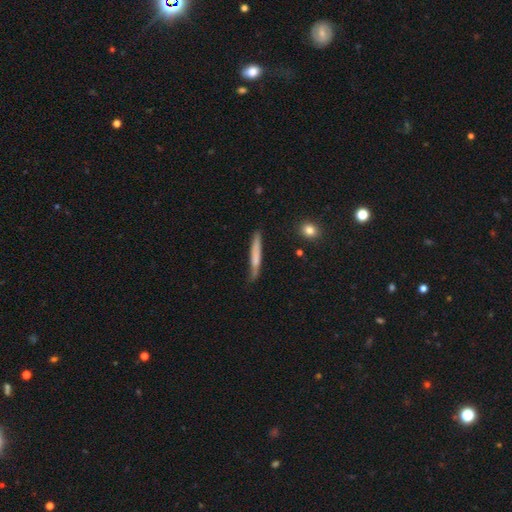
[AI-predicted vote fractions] The model was most divided on "smooth or featured": smooth: 62%, featured or disk: 32%, star or artifact: 6%. More confident: how rounded — cigar-shaped (95%); merging — none (71%).